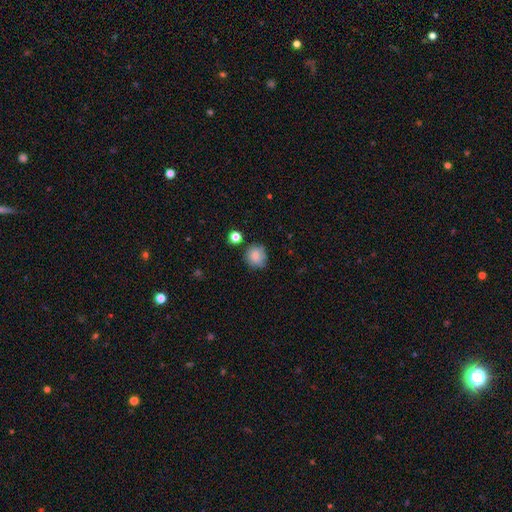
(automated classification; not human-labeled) A smooth galaxy with no disk features (80%) that is round (85%).

Vote fractions:
- Smooth or featured? smooth: 80% / featured or disk: 10% / star or artifact: 10%
- How rounded? round: 85% / in between: 14% / cigar-shaped: 1%
- Merging? none: 72% / minor disturbance: 20% / merger: 4% / major disturbance: 4%